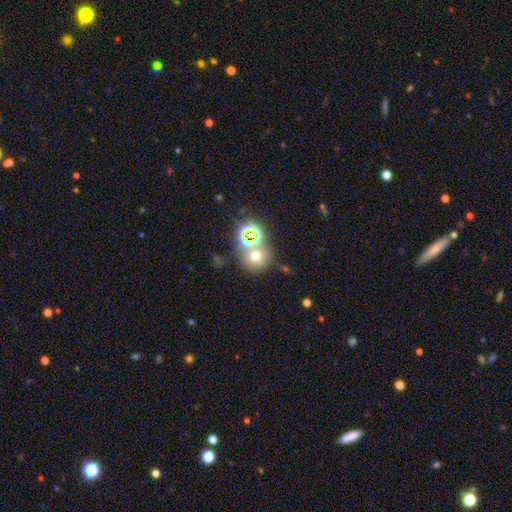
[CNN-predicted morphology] The model was most divided on "smooth or featured": smooth: 60%, star or artifact: 28%, featured or disk: 12%. More confident: how rounded — round (84%); merging — none (61%).